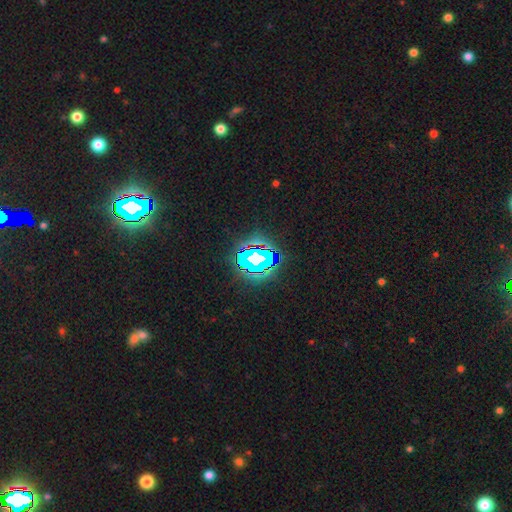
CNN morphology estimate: type=star or artifact (66%).